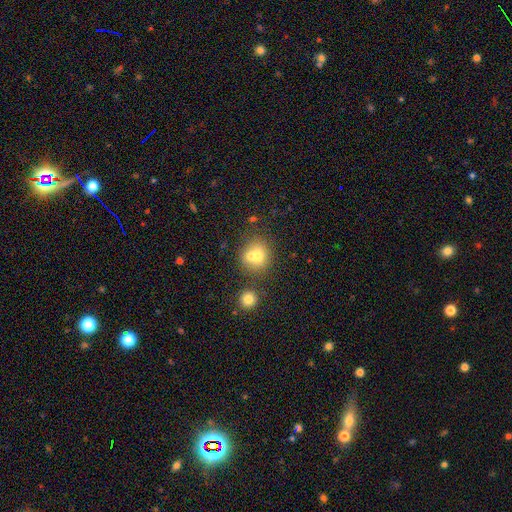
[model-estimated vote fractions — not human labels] Smooth or featured?
  - smooth: 69% *
  - featured or disk: 19%
  - star or artifact: 12%
How rounded?
  - round: 79% *
  - in between: 20%
  - cigar-shaped: 1%
Merging?
  - merger: 46% *
  - none: 41%
  - minor disturbance: 9%
  - major disturbance: 4%